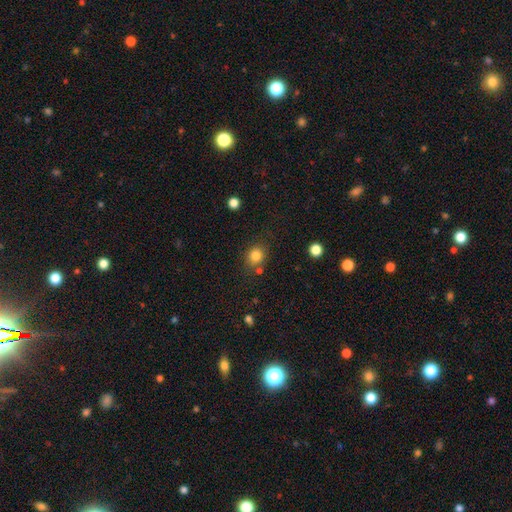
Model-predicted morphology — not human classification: smooth_or_featured: smooth (p=0.83) [alt: star or artifact p=0.11]
how_rounded: round (p=0.69) [alt: in between p=0.30]
merging: none (p=0.74) [alt: minor disturbance p=0.14]